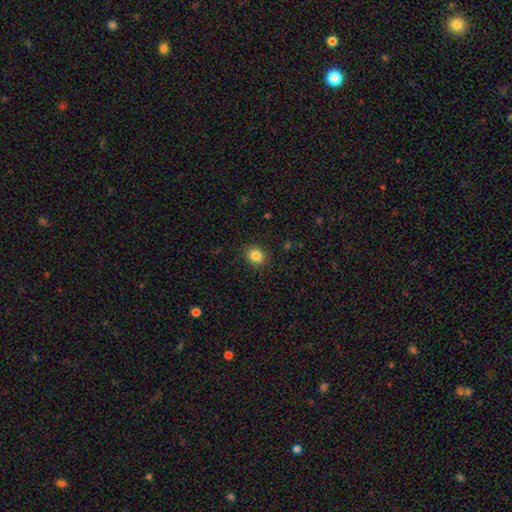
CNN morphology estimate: A smooth galaxy with no disk features (84%) that is round (68%).

Vote fractions:
- Smooth or featured? smooth: 84% / star or artifact: 10% / featured or disk: 6%
- How rounded? round: 68% / in between: 31% / cigar-shaped: 1%
- Merging? none: 90% / minor disturbance: 7% / major disturbance: 2% / merger: 1%